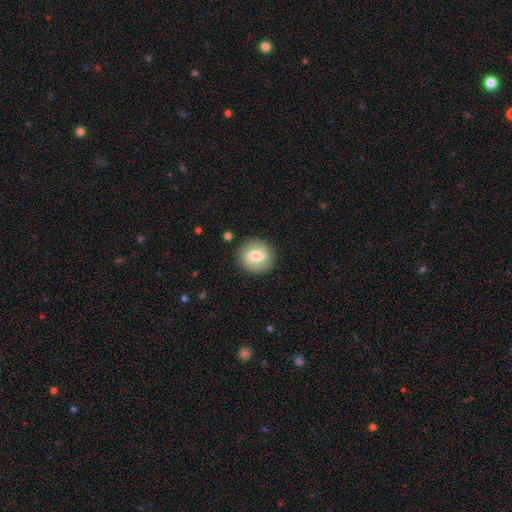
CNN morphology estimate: smooth 47%, featured or disk 46%, star or artifact 7%. Down the decision tree: merging — none (86%).